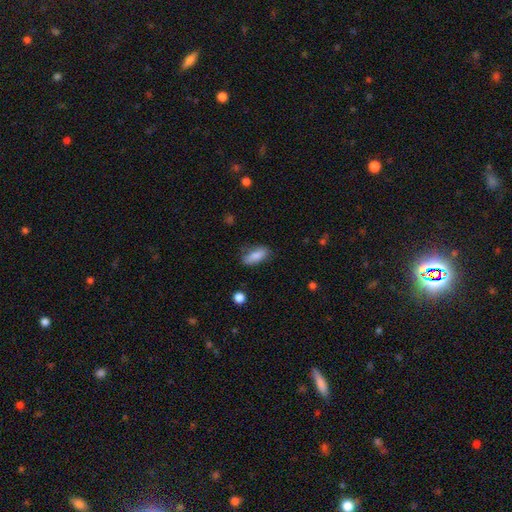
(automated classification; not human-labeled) Q: Smooth or featured?
A: smooth (83%); runner-up: featured or disk (10%)
Q: How rounded?
A: in between (78%); runner-up: cigar-shaped (19%)
Q: Merging?
A: none (74%); runner-up: minor disturbance (19%)